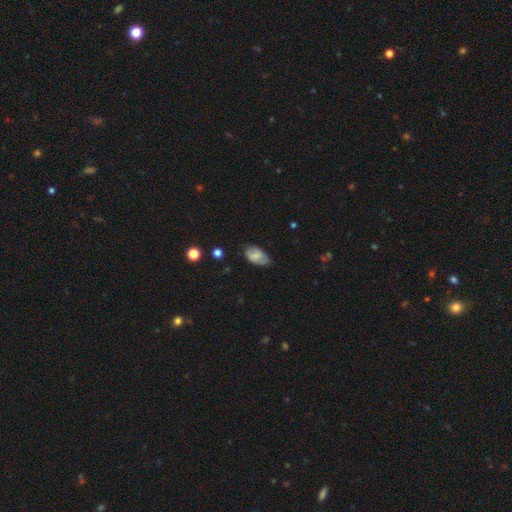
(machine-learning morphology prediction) Smooth or featured: smooth — 69% (featured or disk — 23%)
How rounded: in between — 92% (round — 6%)
Merging: none — 61% (minor disturbance — 31%)